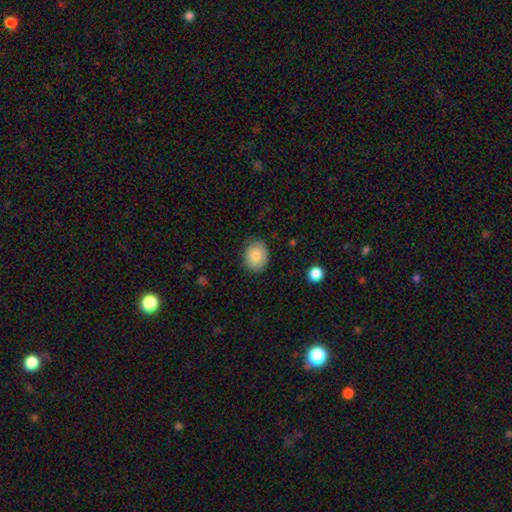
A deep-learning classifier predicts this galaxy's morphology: smooth_or_featured: smooth (p=0.83) [alt: featured or disk p=0.09]
how_rounded: round (p=0.53) [alt: in between p=0.46]
merging: none (p=0.80) [alt: minor disturbance p=0.15]